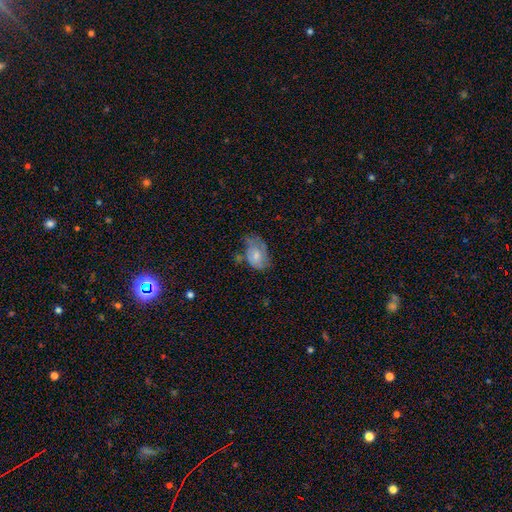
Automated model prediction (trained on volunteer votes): The model was most divided on "merging": minor disturbance: 36%, none: 33%, major disturbance: 24%, merger: 6%. More confident: how rounded — in between (85%); smooth or featured — smooth (59%).